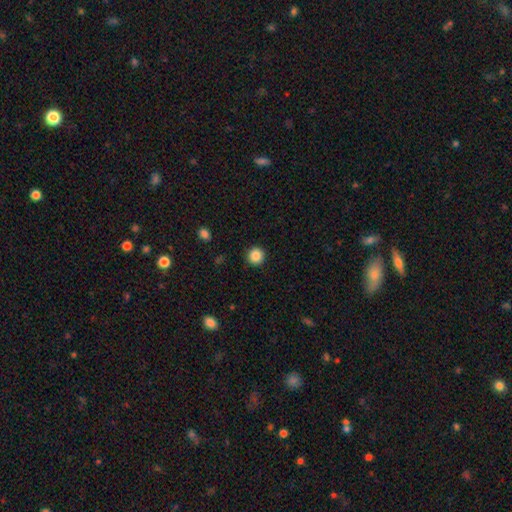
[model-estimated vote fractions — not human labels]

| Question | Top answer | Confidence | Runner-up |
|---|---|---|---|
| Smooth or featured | smooth | 87% | star or artifact (10%) |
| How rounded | round | 94% | in between (5%) |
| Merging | none | 92% | minor disturbance (5%) |